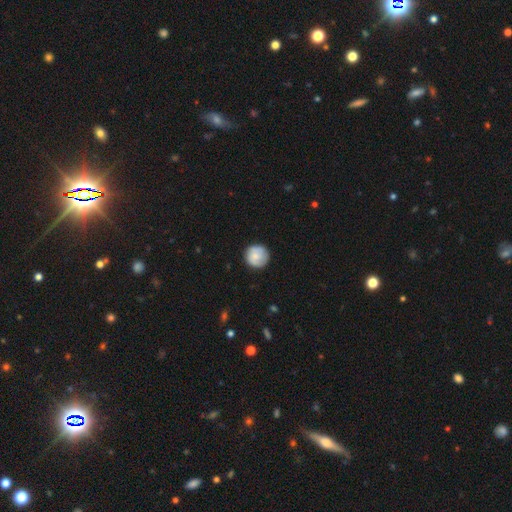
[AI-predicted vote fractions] This is likely a smooth galaxy (73%). How rounded: clearly round (95%). Merging: clearly none (84%).